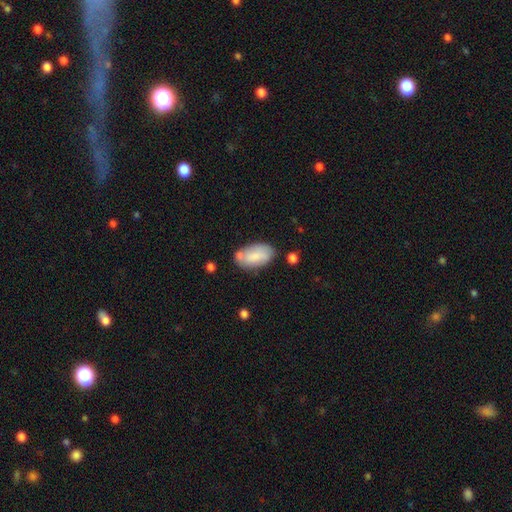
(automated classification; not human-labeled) The model was most divided on "merging": none: 64%, minor disturbance: 19%, merger: 12%, major disturbance: 5%. More confident: how rounded — in between (95%); smooth or featured — smooth (77%).